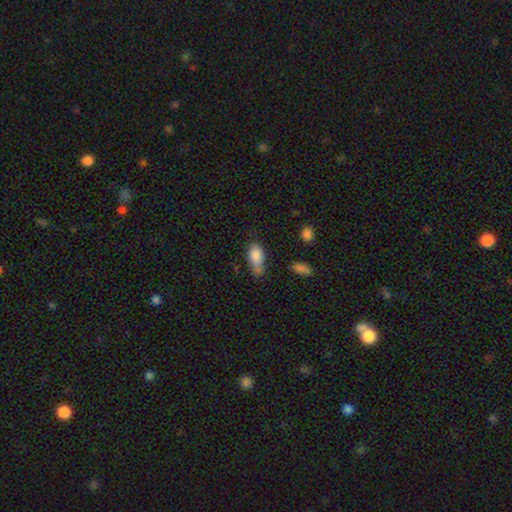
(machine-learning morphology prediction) This appears to be a smooth galaxy with no disk features (83%) that is in between round and cigar-shaped (87%). Merging: none (38%, tied with minor disturbance).